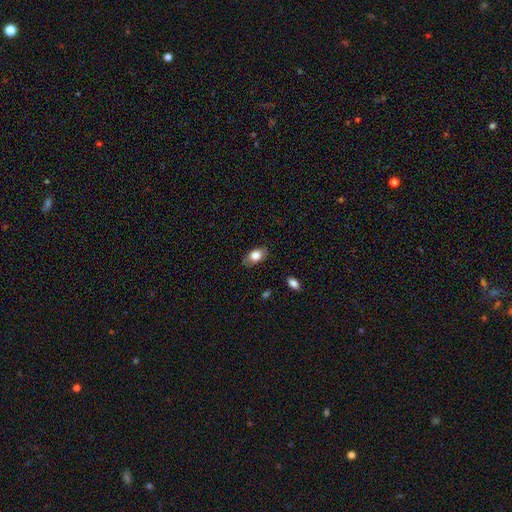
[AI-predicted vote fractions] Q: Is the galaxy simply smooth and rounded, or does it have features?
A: smooth — 78%.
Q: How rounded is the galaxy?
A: in between — 89%.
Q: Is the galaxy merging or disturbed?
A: none — 78%.